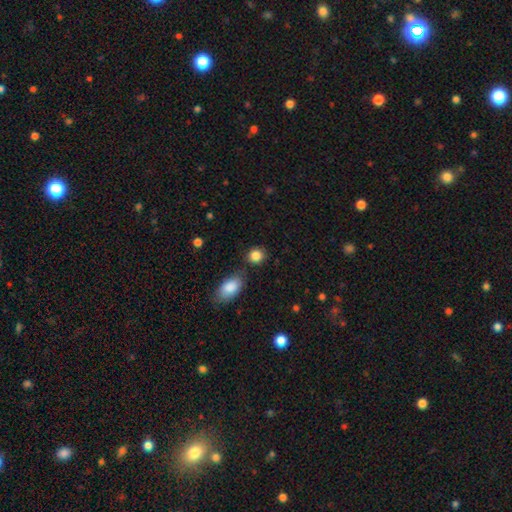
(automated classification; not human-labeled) Morphology: type=smooth (86%); roundness=round (80%); merging=none (76%).